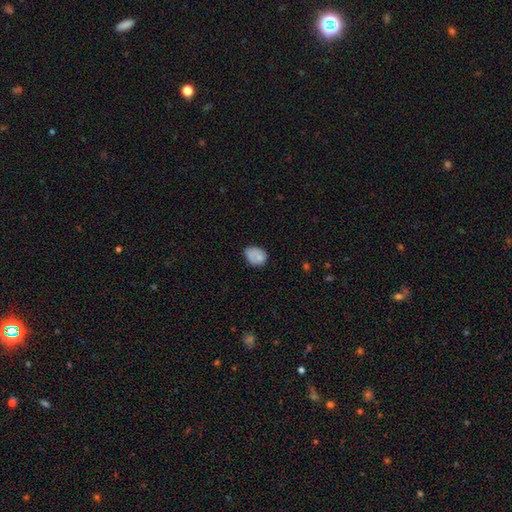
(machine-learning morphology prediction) Smooth or featured? Predicted: smooth (p=0.76). How rounded? Predicted: in between (p=0.57). Merging? Predicted: none (p=0.50).